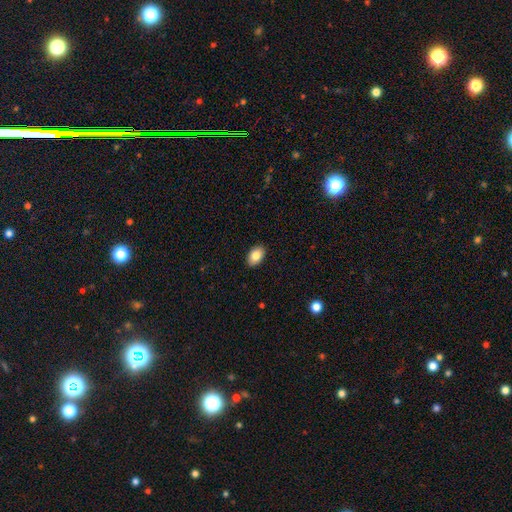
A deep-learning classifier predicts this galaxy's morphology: Overall: smooth (85%). How rounded: in between (90%). Merging: none (90%).